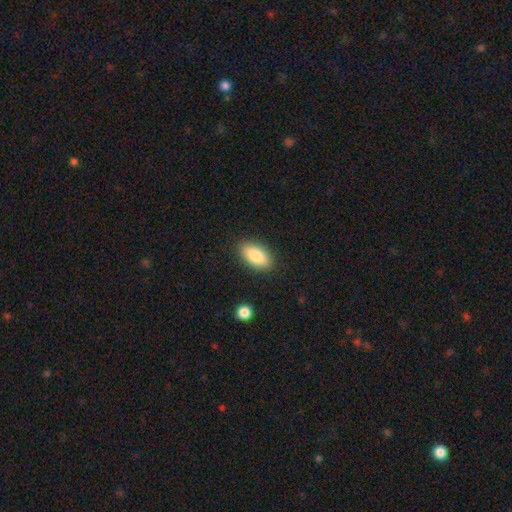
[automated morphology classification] The model was most divided on "smooth or featured": smooth: 85%, featured or disk: 9%, star or artifact: 7%. More confident: how rounded — in between (91%); merging — none (87%).